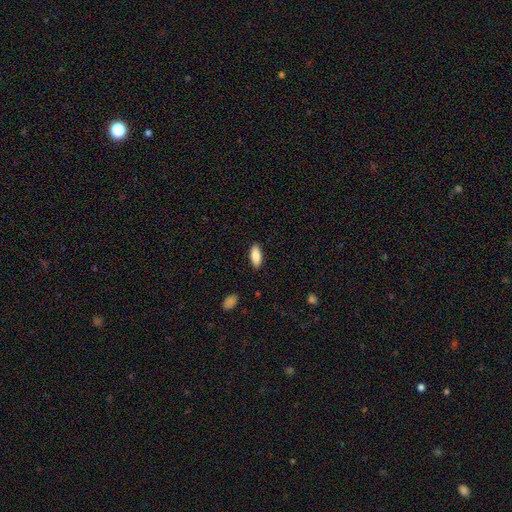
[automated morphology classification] This appears to be a smooth galaxy with no disk features (85%) that is in between round and cigar-shaped (82%). Merging: none (88%).